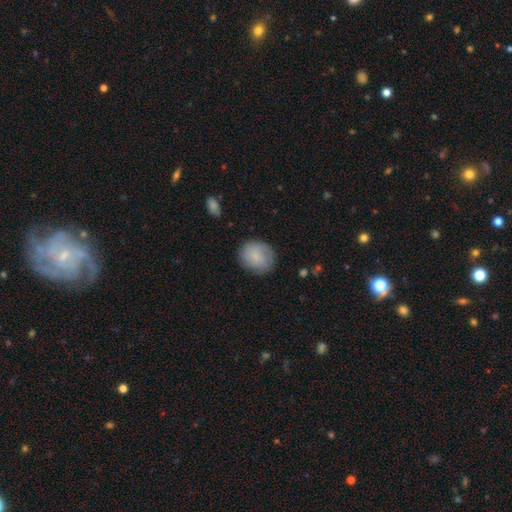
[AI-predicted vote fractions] Smooth or featured?
  - smooth: 82% *
  - featured or disk: 11%
  - star or artifact: 7%
How rounded?
  - round: 75% *
  - in between: 24%
  - cigar-shaped: 1%
Merging?
  - none: 80% *
  - minor disturbance: 15%
  - major disturbance: 4%
  - merger: 1%